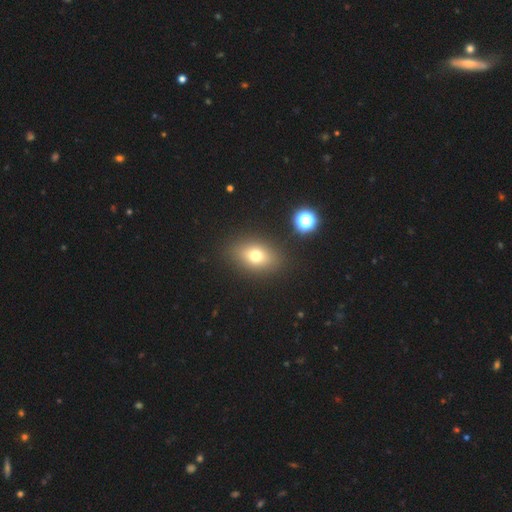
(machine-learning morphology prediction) Smooth or featured? Predicted: smooth (p=0.71). How rounded? Predicted: in between (p=0.71). Merging? Predicted: none (p=0.86).